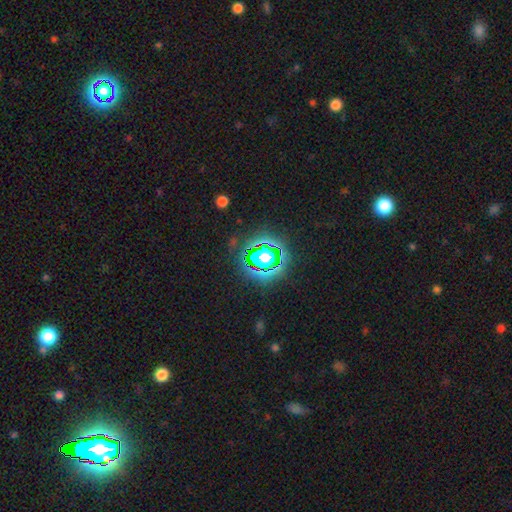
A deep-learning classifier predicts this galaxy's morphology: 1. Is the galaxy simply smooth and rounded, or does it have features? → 81% star or artifact, 12% smooth, 7% featured or disk.